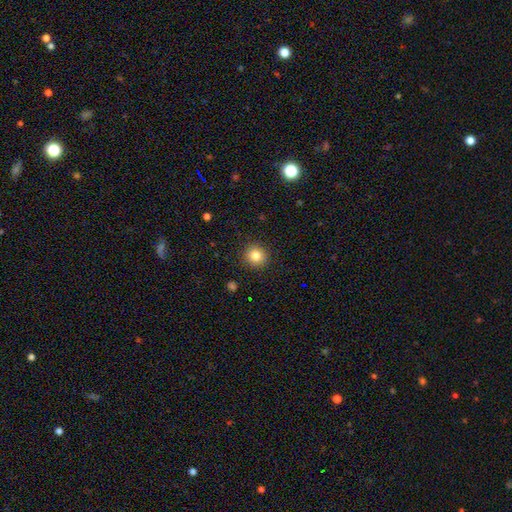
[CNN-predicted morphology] Smooth or featured: smooth — 82% (star or artifact — 11%)
How rounded: round — 93% (in between — 6%)
Merging: none — 92% (minor disturbance — 5%)